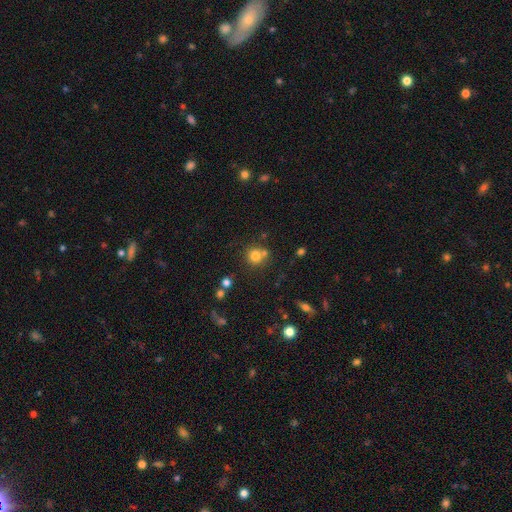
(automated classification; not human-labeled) smooth 77%, star or artifact 14%, featured or disk 9%. Down the decision tree: how rounded — round (90%); merging — none (62%).